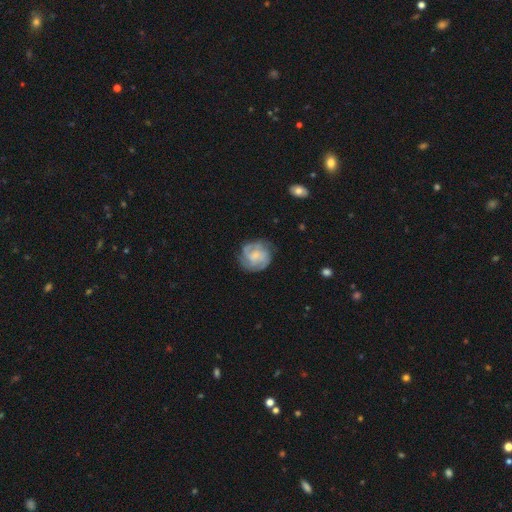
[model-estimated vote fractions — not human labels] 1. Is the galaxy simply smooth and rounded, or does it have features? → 77% featured or disk, 17% smooth, 6% star or artifact.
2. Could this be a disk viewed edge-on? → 98% no, 2% yes.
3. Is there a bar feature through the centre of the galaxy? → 62% no, 33% weak, 6% strong.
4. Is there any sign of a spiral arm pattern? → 94% yes, 6% no.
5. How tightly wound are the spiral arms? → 51% tight, 39% medium, 9% loose.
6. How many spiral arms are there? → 31% 3, 29% 2, 22% can't tell, 8% 4, 5% 1, 5% more than 4.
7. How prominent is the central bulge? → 54% small, 28% moderate, 13% none, 3% large, 1% dominant.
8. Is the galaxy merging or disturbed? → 76% none, 17% minor disturbance, 6% major disturbance, 1% merger.